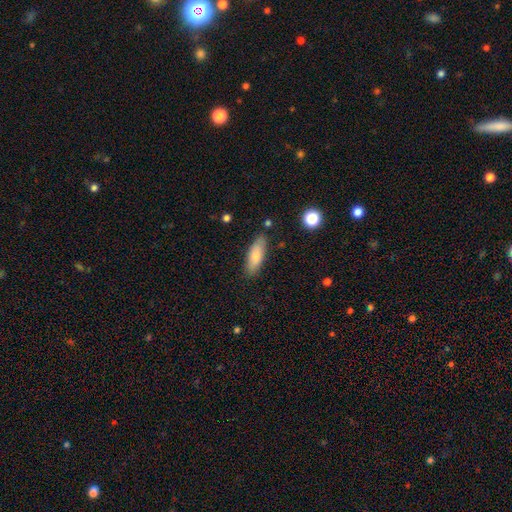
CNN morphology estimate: Smooth or featured?
  - smooth: 78% *
  - featured or disk: 16%
  - star or artifact: 6%
How rounded?
  - in between: 64% *
  - cigar-shaped: 34%
  - round: 2%
Merging?
  - none: 82% *
  - minor disturbance: 13%
  - major disturbance: 2%
  - merger: 2%